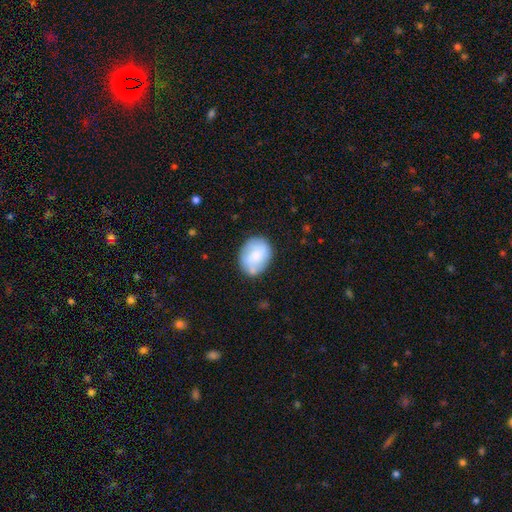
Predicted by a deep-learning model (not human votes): Smooth or featured? smooth (63%)
How rounded? in between (58%)
Merging? none (71%)